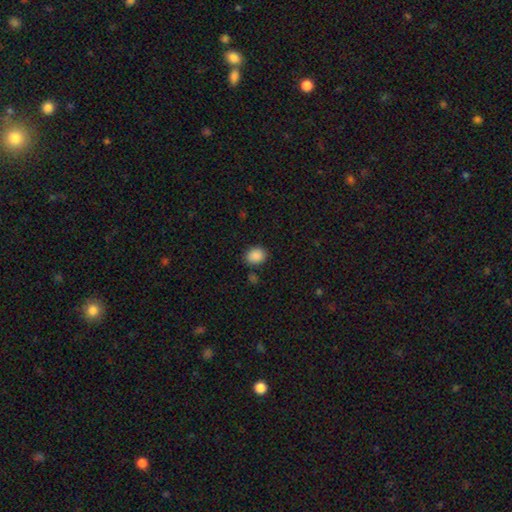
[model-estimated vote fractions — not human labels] smooth-or-featured: smooth: 88% | star or artifact: 9% | featured or disk: 3%
  how-rounded: round: 50% | in between: 49% | cigar-shaped: 1%
  merging: none: 83% | minor disturbance: 10% | merger: 3% | major disturbance: 3%